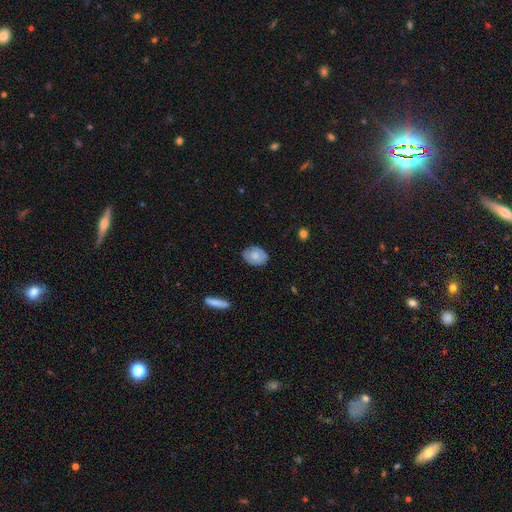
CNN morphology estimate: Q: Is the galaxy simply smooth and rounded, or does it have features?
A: smooth — 75%.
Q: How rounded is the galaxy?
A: in between — 75%.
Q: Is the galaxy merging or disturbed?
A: none — 81%.